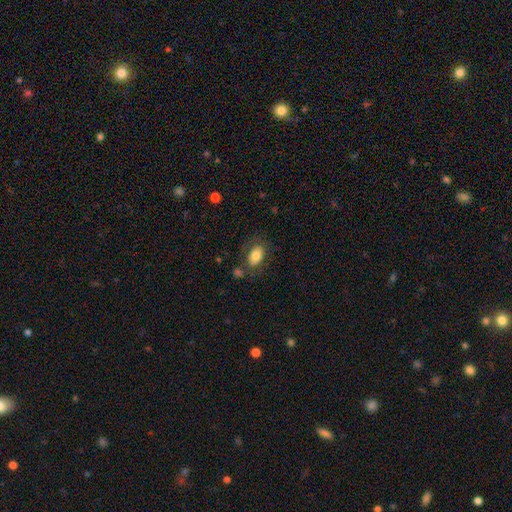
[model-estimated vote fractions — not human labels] smooth-or-featured: smooth: 77% | featured or disk: 16% | star or artifact: 8%
  how-rounded: in between: 88% | round: 10% | cigar-shaped: 2%
  merging: none: 67% | minor disturbance: 17% | merger: 8% | major disturbance: 8%